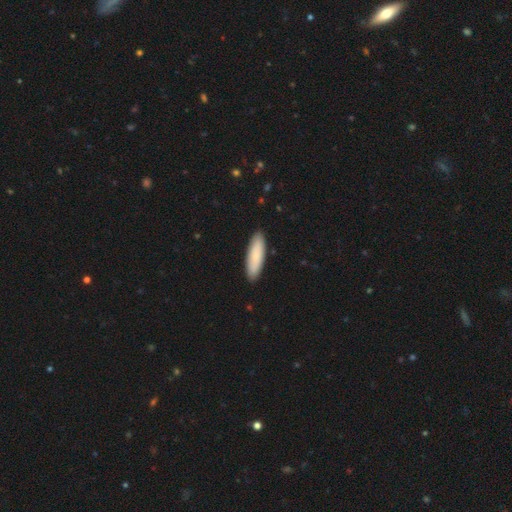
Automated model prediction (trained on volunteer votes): The model was most divided on "how rounded": cigar-shaped: 55%, in between: 44%, round: 1%. More confident: merging — none (90%); smooth or featured — smooth (83%).